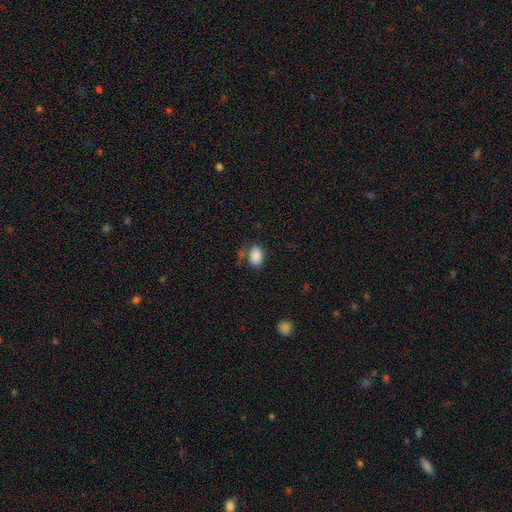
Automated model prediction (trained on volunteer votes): smooth-or-featured: smooth: 88% | star or artifact: 8% | featured or disk: 4%
  how-rounded: in between: 87% | round: 11% | cigar-shaped: 1%
  merging: none: 66% | minor disturbance: 18% | merger: 9% | major disturbance: 7%